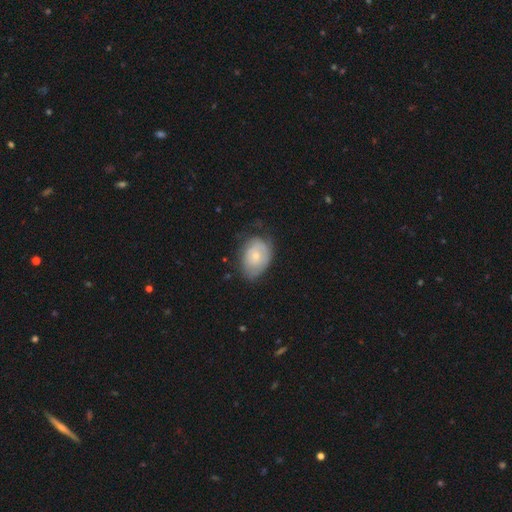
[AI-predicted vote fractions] smooth_or_featured: smooth (p=0.56) [alt: featured or disk p=0.37]
how_rounded: in between (p=0.81) [alt: round p=0.18]
merging: none (p=0.57) [alt: minor disturbance p=0.32]